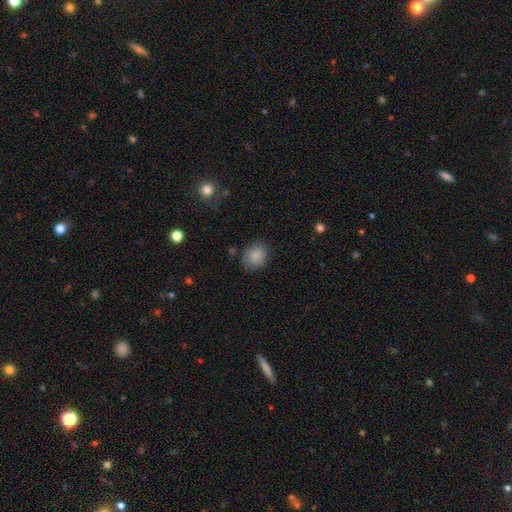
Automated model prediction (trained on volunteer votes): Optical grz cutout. It shows a smooth galaxy with no disk features (87%) that is round (59%). Merging: none (80%).